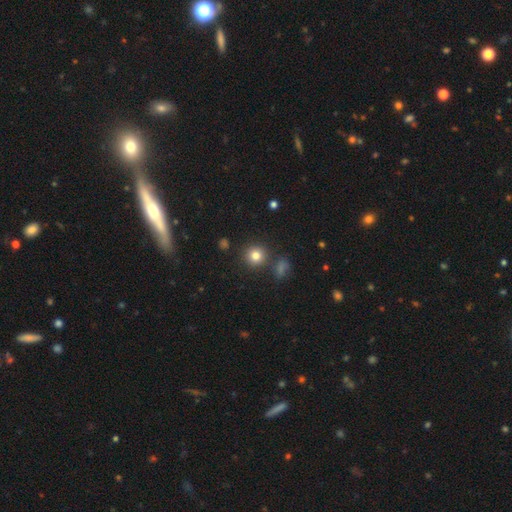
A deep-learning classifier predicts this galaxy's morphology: This is clearly a smooth galaxy (81%). How rounded: clearly round (91%). Merging: clearly none (83%).